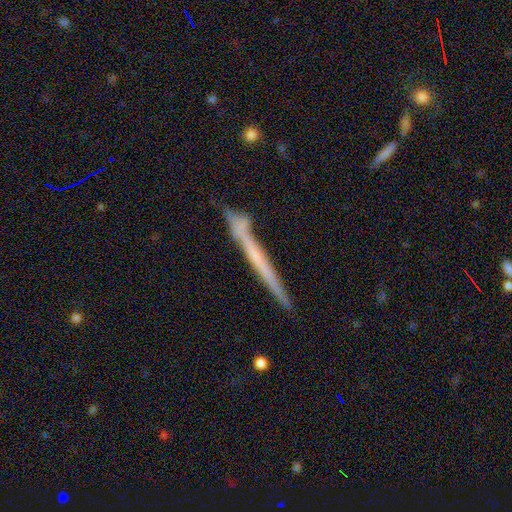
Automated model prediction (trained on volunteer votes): Smooth or featured?
  - featured or disk: 53% *
  - smooth: 38%
  - star or artifact: 8%
Edge-on disk?
  - yes: 95% *
  - no: 5%
Edge-on bulge?
  - none: 85% *
  - rounded: 10%
  - boxy: 5%
Merging?
  - none: 77% *
  - minor disturbance: 14%
  - merger: 6%
  - major disturbance: 3%